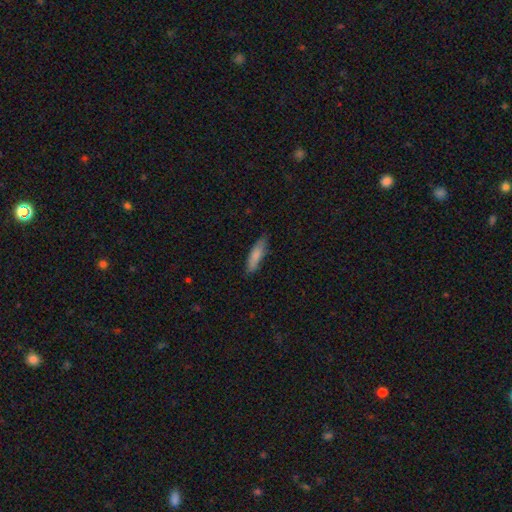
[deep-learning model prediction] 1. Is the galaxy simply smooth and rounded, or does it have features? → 81% smooth, 13% featured or disk, 6% star or artifact.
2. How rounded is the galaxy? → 69% cigar-shaped, 29% in between, 2% round.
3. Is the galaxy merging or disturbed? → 79% none, 17% minor disturbance, 3% major disturbance, 1% merger.